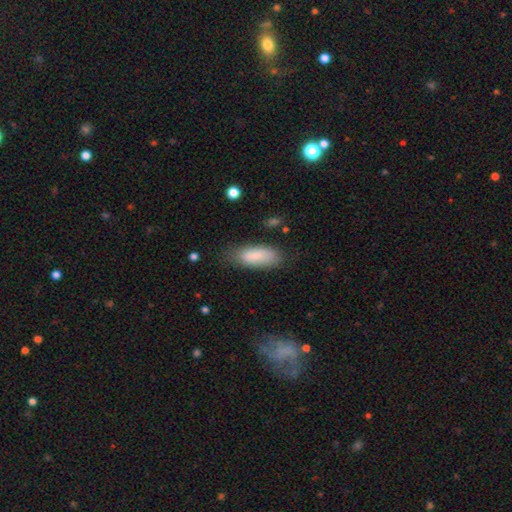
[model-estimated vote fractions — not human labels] Morphology: type=smooth (86%); roundness=in between (77%); merging=none (75%).